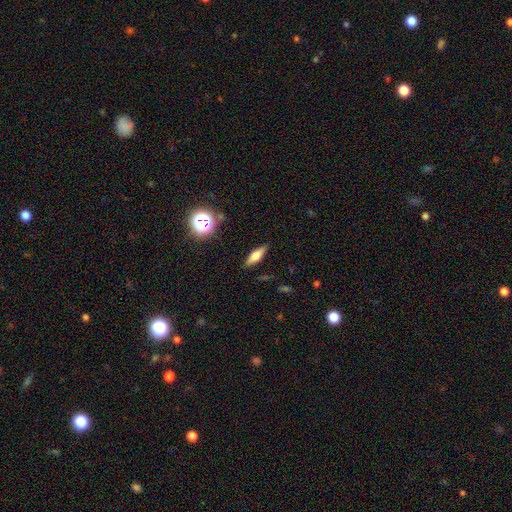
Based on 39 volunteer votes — A featured or disk galaxy (49%) viewed edge-on (89%) with a rounded central bulge (94%).

Vote fractions:
- Smooth or featured? featured or disk: 49% / smooth: 41% / star or artifact: 10%
- Edge-on disk? yes: 89% / no: 11%
- Edge-on bulge? rounded: 94% / boxy: 6% / none: 0%
- Merging? none: 89% / major disturbance: 6% / minor disturbance: 3% / merger: 3%